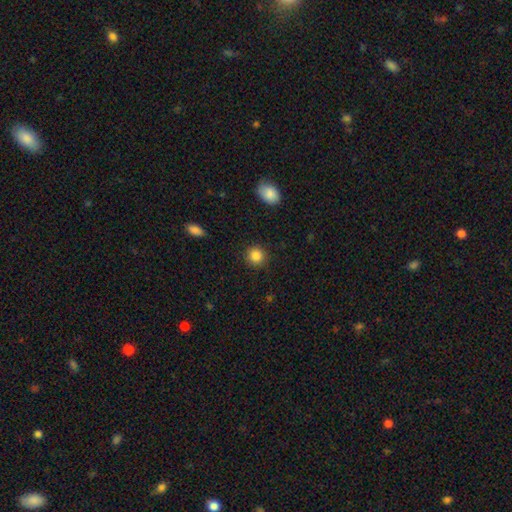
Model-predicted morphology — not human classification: Overall: smooth (86%). How rounded: round (91%). Merging: none (89%).